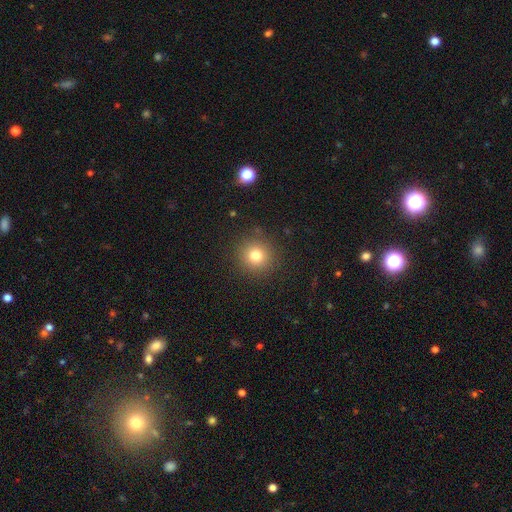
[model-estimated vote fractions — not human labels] smooth_or_featured: smooth (p=0.77) [alt: star or artifact p=0.14]
how_rounded: round (p=0.93) [alt: in between p=0.06]
merging: none (p=0.89) [alt: minor disturbance p=0.07]